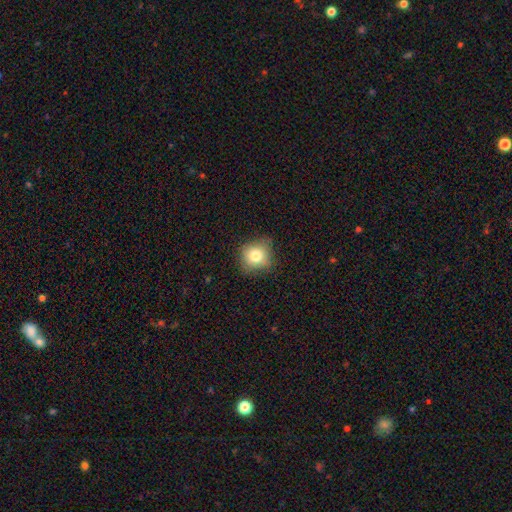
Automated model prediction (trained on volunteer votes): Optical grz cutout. It shows a smooth galaxy with no disk features (77%) that is round (80%). Merging: none (75%).